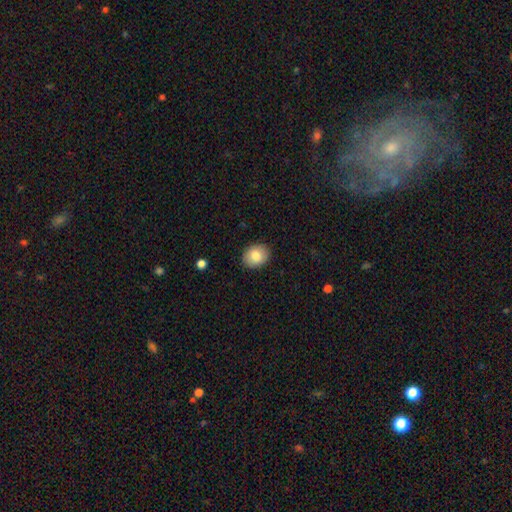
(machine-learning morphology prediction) A smooth galaxy with no disk features (82%) that is in between round and cigar-shaped (52%).

Vote fractions:
- Smooth or featured? smooth: 82% / featured or disk: 10% / star or artifact: 8%
- How rounded? in between: 52% / round: 47% / cigar-shaped: 1%
- Merging? none: 89% / minor disturbance: 8% / major disturbance: 2% / merger: 1%